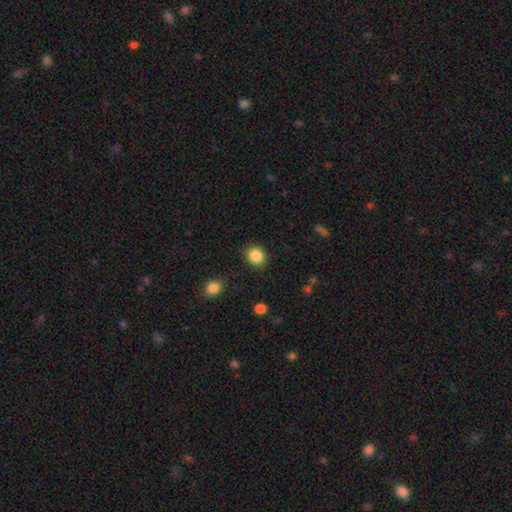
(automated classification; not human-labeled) Smooth or featured: smooth — 87% (star or artifact — 9%)
How rounded: round — 72% (in between — 28%)
Merging: none — 88% (minor disturbance — 8%)